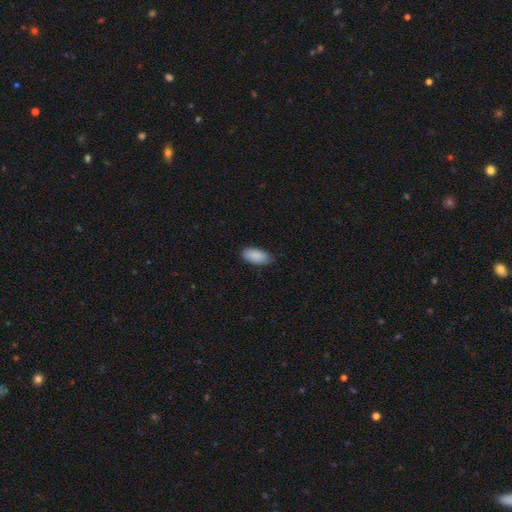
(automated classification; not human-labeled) The model was most divided on "merging": none: 74%, minor disturbance: 22%, major disturbance: 3%, merger: 1%. More confident: how rounded — in between (92%); smooth or featured — smooth (90%).